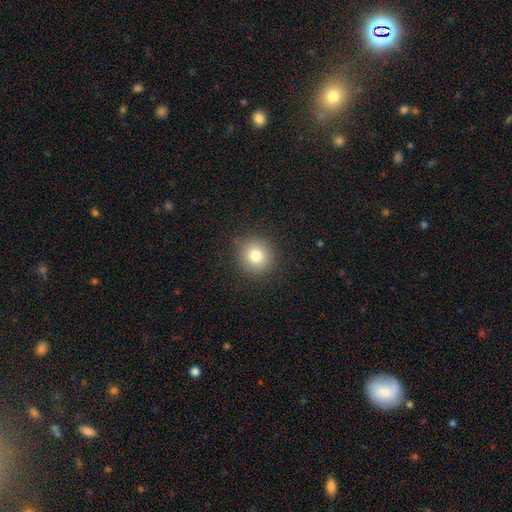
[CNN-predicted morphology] smooth_or_featured: smooth (p=0.80) [alt: star or artifact p=0.12]
how_rounded: round (p=0.92) [alt: in between p=0.07]
merging: none (p=0.87) [alt: minor disturbance p=0.09]